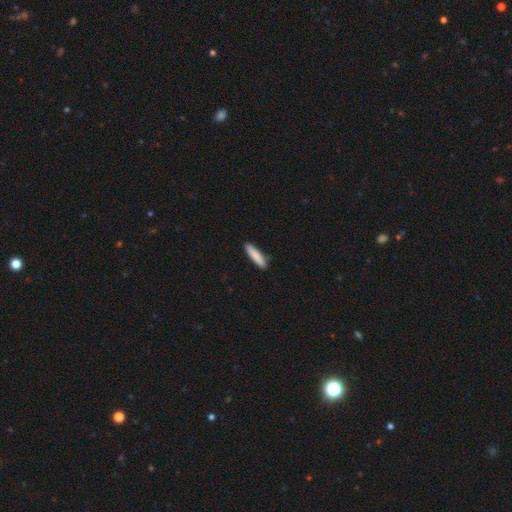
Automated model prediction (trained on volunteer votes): A smooth galaxy with no disk features (86%) that is cigar-shaped (82%). Merging: none (88%).